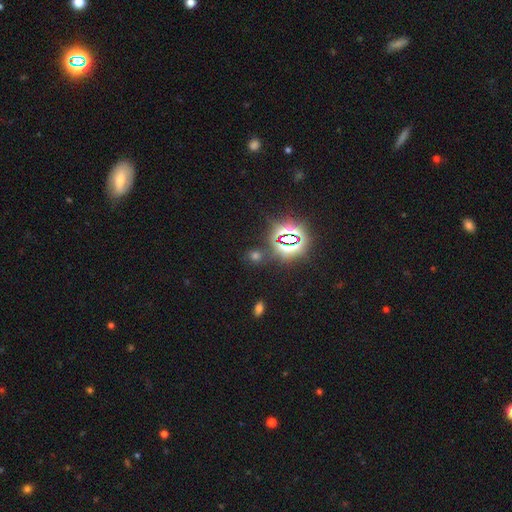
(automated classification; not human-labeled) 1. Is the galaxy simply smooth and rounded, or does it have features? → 52% star or artifact, 40% smooth, 8% featured or disk.